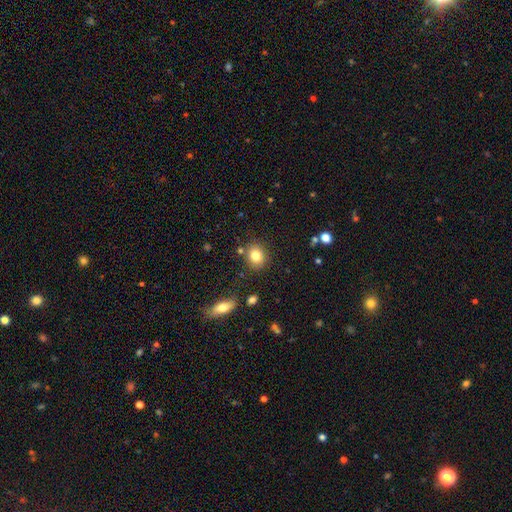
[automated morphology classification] type=smooth (81%); roundness=round (65%); merging=none (83%).